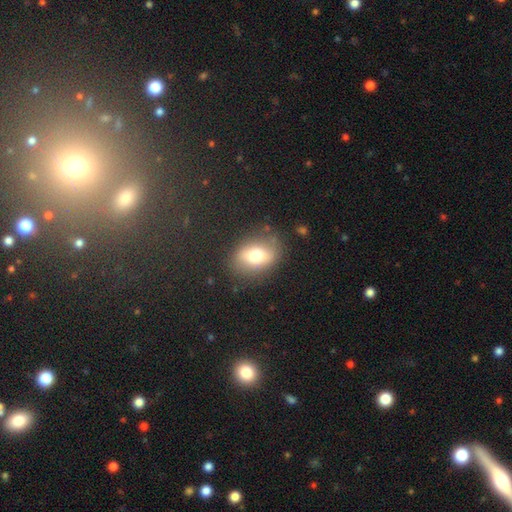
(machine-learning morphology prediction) This appears to be a smooth galaxy with no disk features (67%) that is in between round and cigar-shaped (72%). Merging: none (78%).